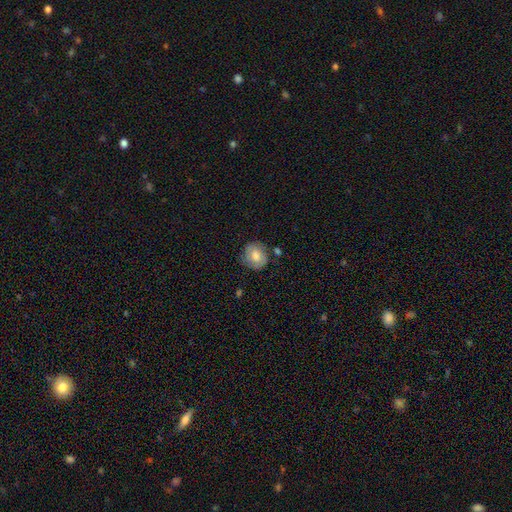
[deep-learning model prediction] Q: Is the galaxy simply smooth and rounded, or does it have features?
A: smooth — 58%.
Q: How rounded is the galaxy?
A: round — 81%.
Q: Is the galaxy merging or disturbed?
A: none — 73%.